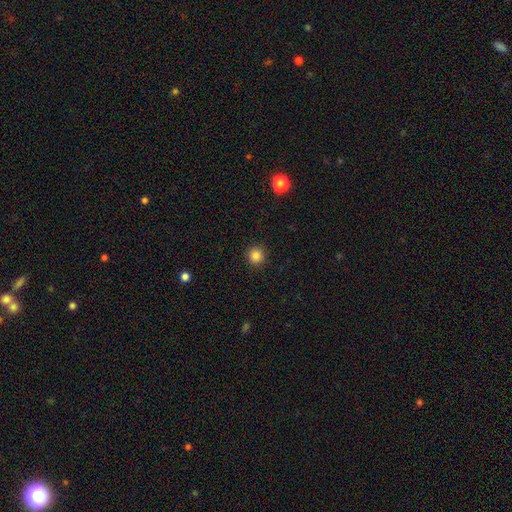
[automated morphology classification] This is clearly a smooth galaxy (85%). How rounded: clearly round (95%). Merging: clearly none (92%).